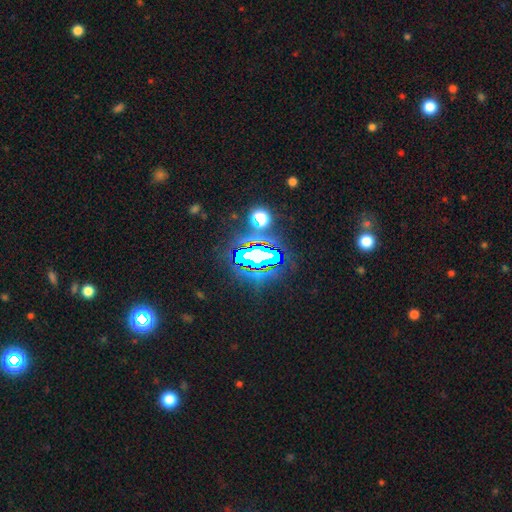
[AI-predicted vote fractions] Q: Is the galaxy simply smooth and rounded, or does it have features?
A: star or artifact — 73%.